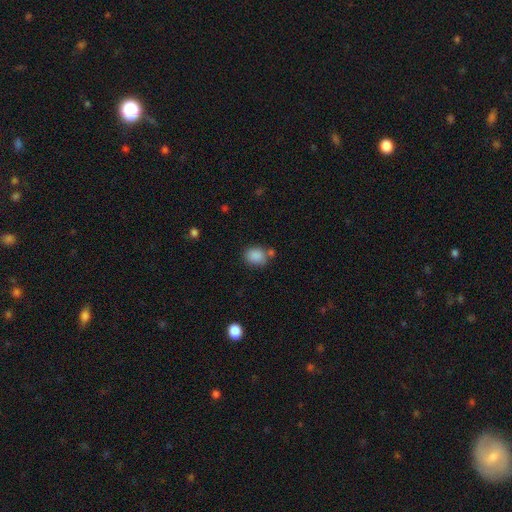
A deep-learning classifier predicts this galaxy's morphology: Smooth or featured: smooth — 87% (star or artifact — 9%)
How rounded: round — 50% (in between — 49%)
Merging: none — 68% (minor disturbance — 15%)